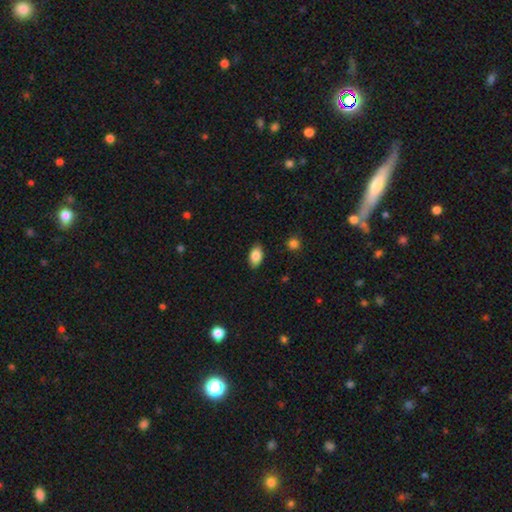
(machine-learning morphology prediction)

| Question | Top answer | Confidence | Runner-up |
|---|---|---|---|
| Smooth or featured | smooth | 87% | star or artifact (8%) |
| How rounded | in between | 91% | round (7%) |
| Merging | none | 87% | minor disturbance (9%) |